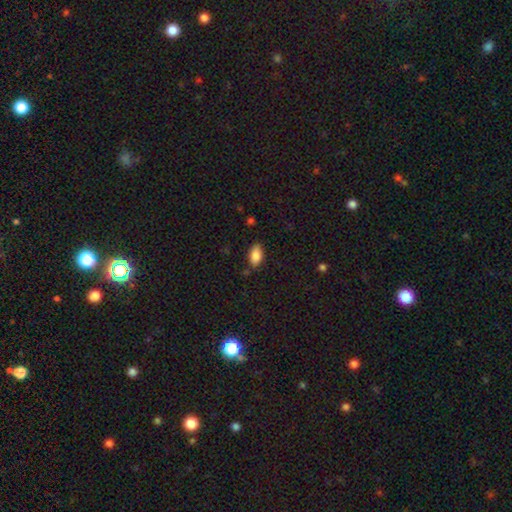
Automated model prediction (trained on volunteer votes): Smooth or featured? smooth (85%)
How rounded? in between (92%)
Merging? none (80%)